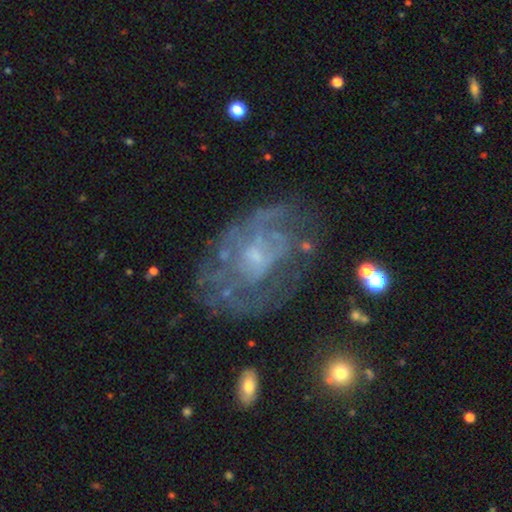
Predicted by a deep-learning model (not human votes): This appears to be a featured or disk galaxy (74%) with no bar (72%), spiral arms (67%) and a small central bulge (65%). Merging: none (60%).